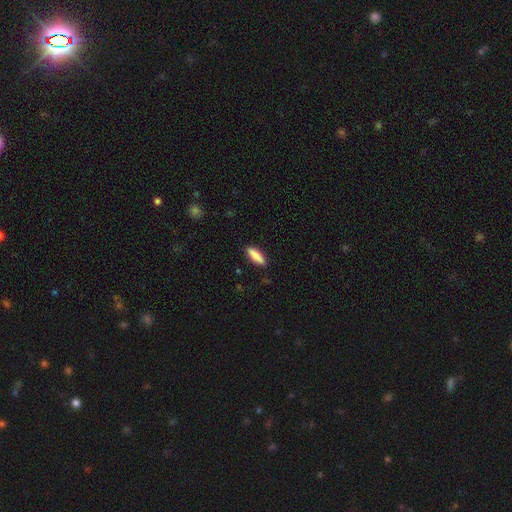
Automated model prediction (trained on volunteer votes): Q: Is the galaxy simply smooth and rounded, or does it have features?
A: smooth — 84%.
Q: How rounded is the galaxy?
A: cigar-shaped — 55%.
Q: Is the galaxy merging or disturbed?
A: none — 88%.